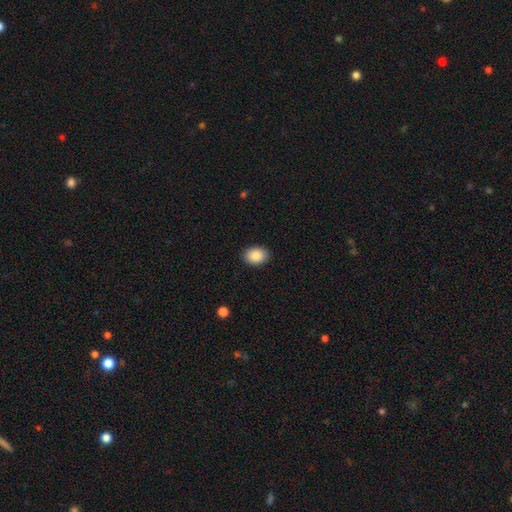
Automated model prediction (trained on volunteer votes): Smooth or featured: smooth — 89% (star or artifact — 7%)
How rounded: in between — 72% (round — 27%)
Merging: none — 90% (minor disturbance — 7%)